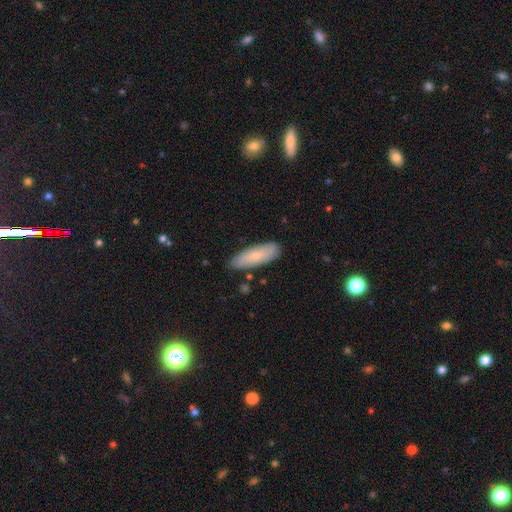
Overall: smooth (74%). How rounded: in between (55%; cigar-shaped 45%). Merging: none (86%).